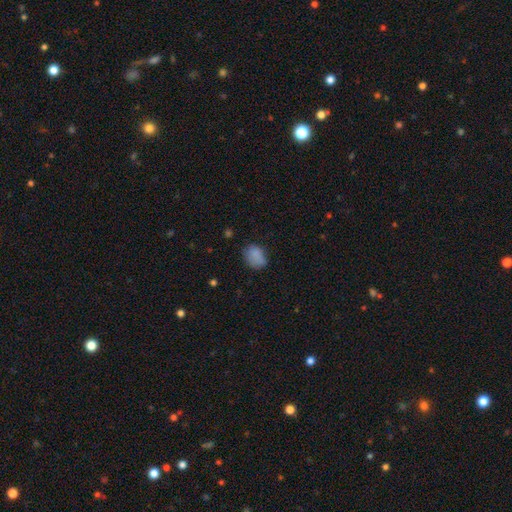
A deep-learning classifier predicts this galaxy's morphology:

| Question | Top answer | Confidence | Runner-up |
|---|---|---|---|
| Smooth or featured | smooth | 83% | star or artifact (10%) |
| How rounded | in between | 66% | round (33%) |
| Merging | none | 63% | minor disturbance (27%) |